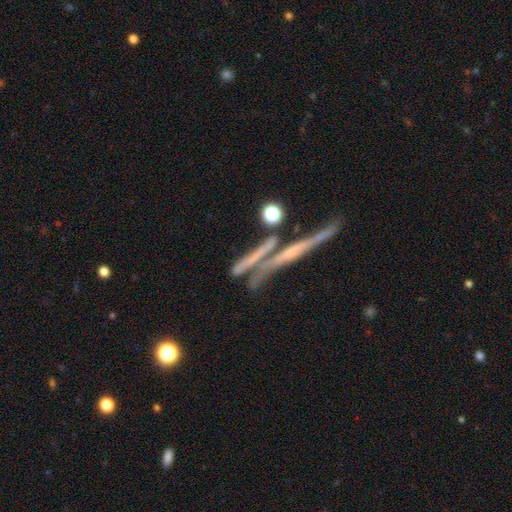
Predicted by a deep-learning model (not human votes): Q: Smooth or featured?
A: featured or disk (58%); runner-up: smooth (28%)
Q: Edge-on disk?
A: yes (86%); runner-up: no (14%)
Q: Edge-on bulge?
A: none (76%); runner-up: rounded (16%)
Q: Merging?
A: none (55%); runner-up: merger (22%)